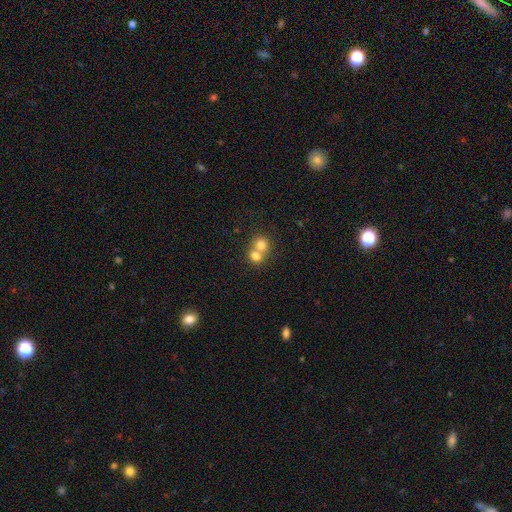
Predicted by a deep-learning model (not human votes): Q: Smooth or featured?
A: smooth (76%); runner-up: featured or disk (13%)
Q: How rounded?
A: round (80%); runner-up: in between (19%)
Q: Merging?
A: merger (62%); runner-up: none (31%)